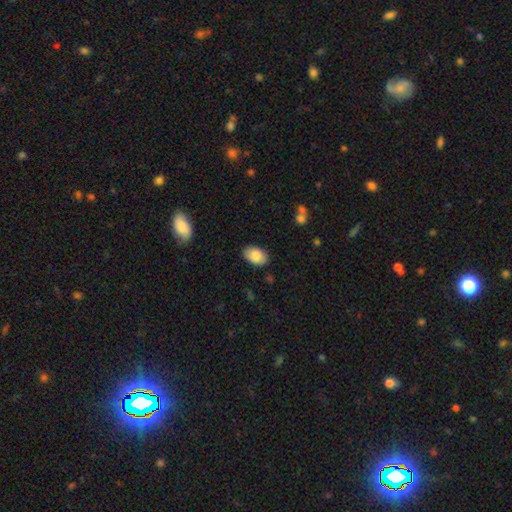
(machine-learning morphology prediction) Overall: smooth (85%). How rounded: in between (91%). Merging: none (86%).